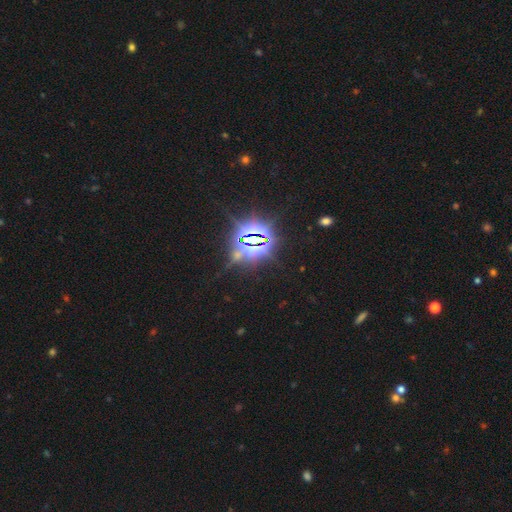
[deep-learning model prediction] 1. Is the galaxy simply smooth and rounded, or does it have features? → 86% star or artifact, 7% featured or disk, 7% smooth.